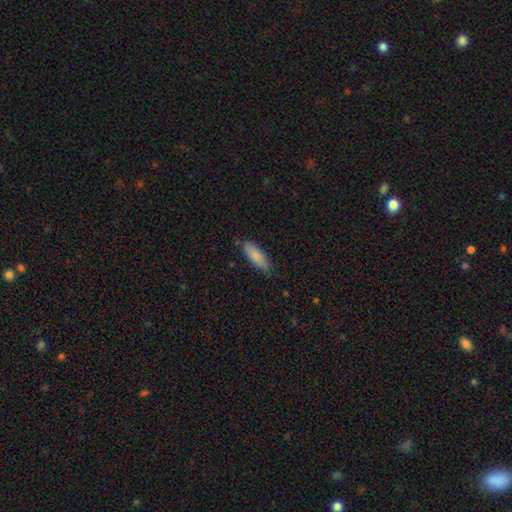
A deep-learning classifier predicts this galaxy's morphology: A smooth galaxy with no disk features (85%) that is in between round and cigar-shaped (61%). Merging: none (80%).